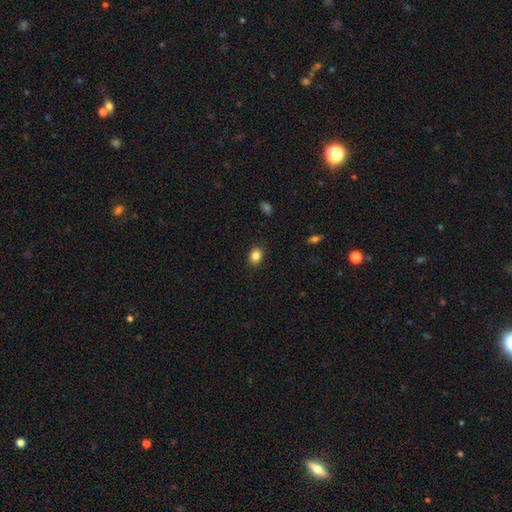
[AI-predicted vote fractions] Smooth or featured: smooth — 84% (star or artifact — 10%)
How rounded: in between — 51% (round — 48%)
Merging: none — 89% (minor disturbance — 8%)